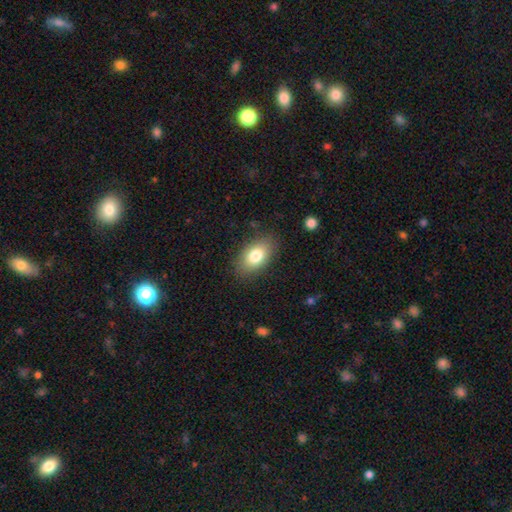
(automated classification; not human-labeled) Overall: smooth (79%). How rounded: in between (90%). Merging: none (84%).